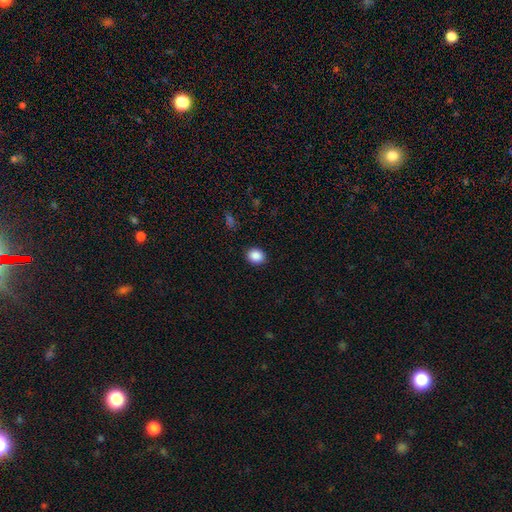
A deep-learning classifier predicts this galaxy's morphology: Smooth or featured? Predicted: smooth (p=0.88). How rounded? Predicted: round (p=0.59). Merging? Predicted: none (p=0.90).